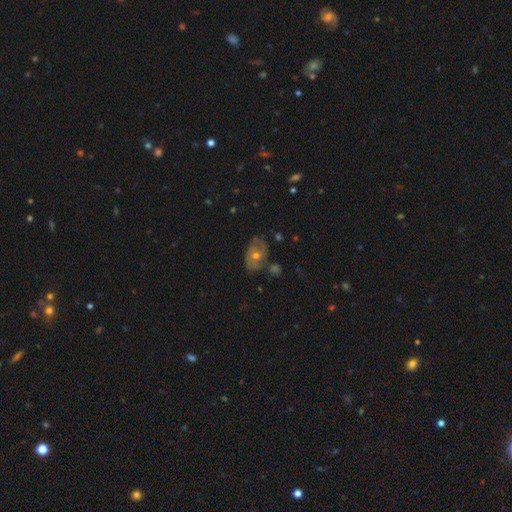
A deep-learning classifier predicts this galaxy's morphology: Overall: featured or disk (62%; smooth 28%). Edge-on disk: no (94%). Bar: no (79%). Spiral arms: no (50%, tied with yes). Bulge size: moderate (70%). Merging: none (65%).